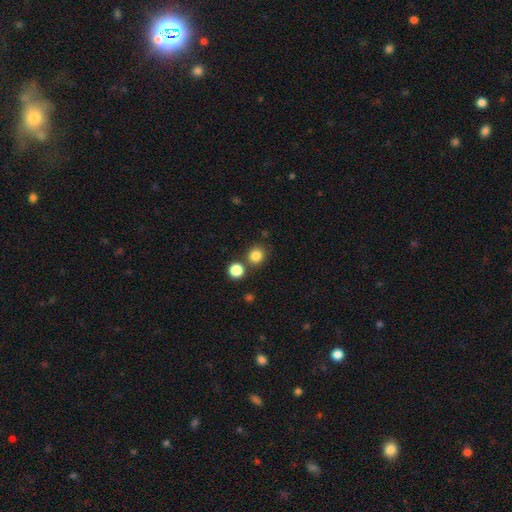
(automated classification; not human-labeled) The model was most divided on "merging": none: 75%, merger: 14%, minor disturbance: 8%, major disturbance: 3%. More confident: how rounded — round (88%); smooth or featured — smooth (83%).